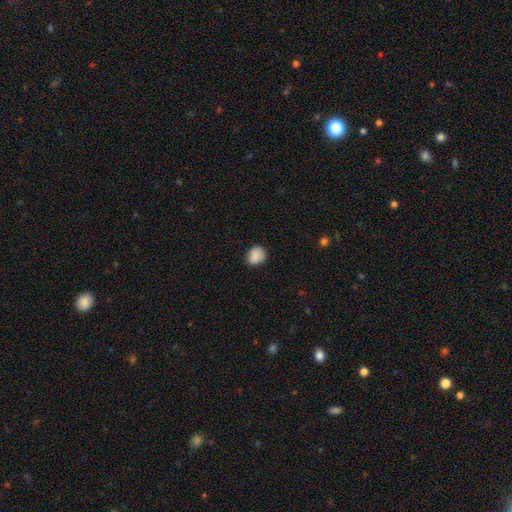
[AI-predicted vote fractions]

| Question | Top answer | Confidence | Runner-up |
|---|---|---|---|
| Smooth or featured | smooth | 87% | star or artifact (8%) |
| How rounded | round | 59% | in between (40%) |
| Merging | none | 78% | minor disturbance (18%) |